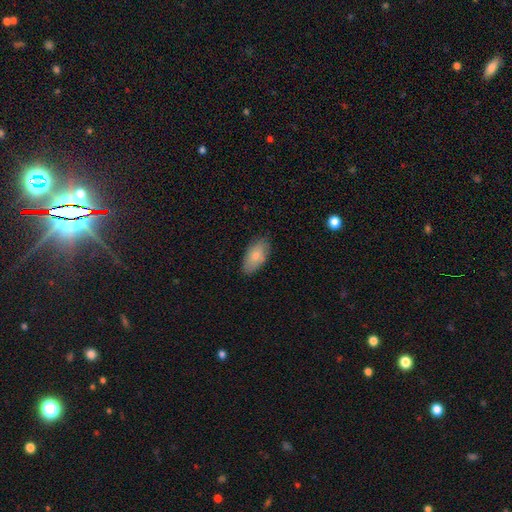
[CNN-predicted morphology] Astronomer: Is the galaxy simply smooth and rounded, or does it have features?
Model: smooth — 80%.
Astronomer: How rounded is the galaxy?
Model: in between — 92%.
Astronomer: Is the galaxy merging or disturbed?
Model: none — 81%.